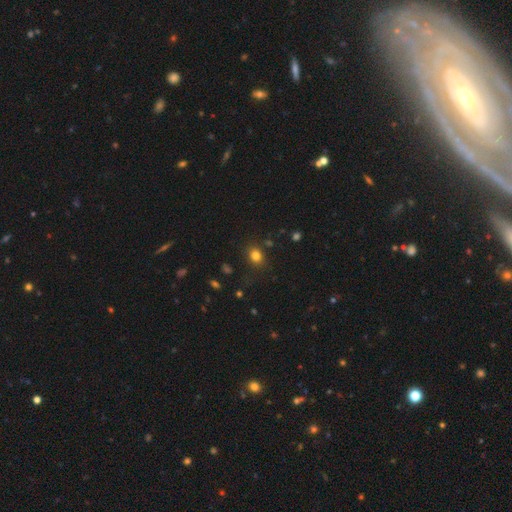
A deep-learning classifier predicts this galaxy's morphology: The model was most divided on "how rounded": round: 56%, in between: 43%, cigar-shaped: 1%. More confident: merging — none (81%); smooth or featured — smooth (80%).